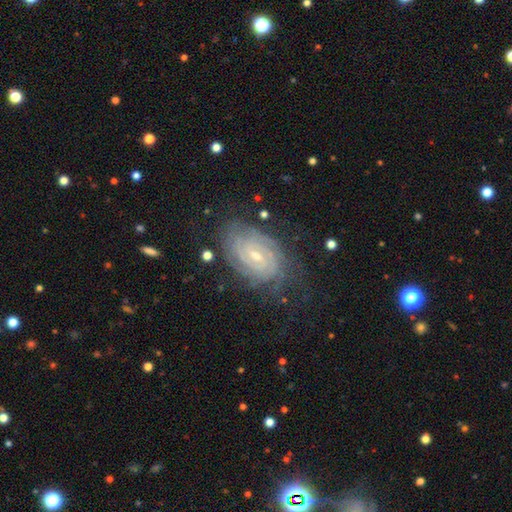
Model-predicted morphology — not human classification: Overall: featured or disk (84%). Edge-on disk: no (96%). Bar: weak (48%; no 37%). Spiral arms: yes (97%). Spiral arm count: 2 (32%; can't tell 30%). Spiral winding: tight (79%). Bulge size: small (69%). Merging: none (74%).